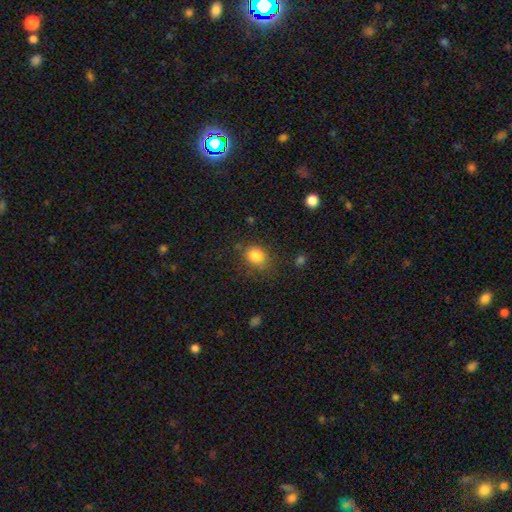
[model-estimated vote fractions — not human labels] A smooth galaxy with no disk features (84%) that is in between round and cigar-shaped (55%).

Vote fractions:
- Smooth or featured? smooth: 84% / star or artifact: 10% / featured or disk: 6%
- How rounded? in between: 55% / round: 44% / cigar-shaped: 1%
- Merging? none: 70% / minor disturbance: 20% / major disturbance: 8% / merger: 3%